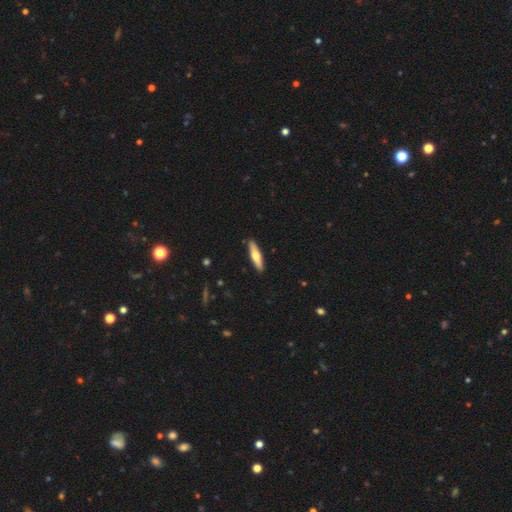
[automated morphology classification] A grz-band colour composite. It shows a smooth galaxy with no disk features (52%) that is cigar-shaped (78%). Merging: none (90%).